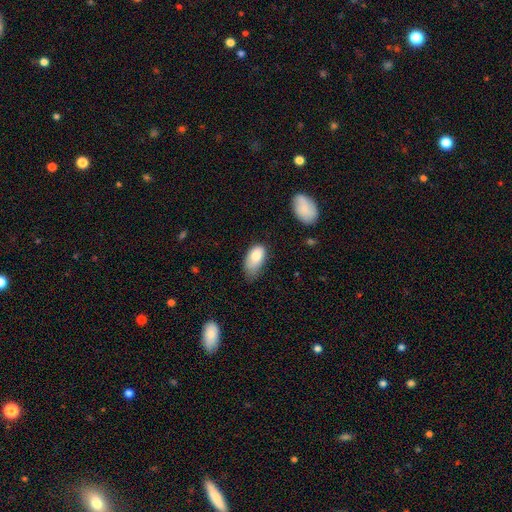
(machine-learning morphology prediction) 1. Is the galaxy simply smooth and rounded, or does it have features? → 80% smooth, 13% featured or disk, 7% star or artifact.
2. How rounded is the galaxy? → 92% in between, 4% round, 4% cigar-shaped.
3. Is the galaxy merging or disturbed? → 44% minor disturbance, 35% none, 18% major disturbance, 3% merger.